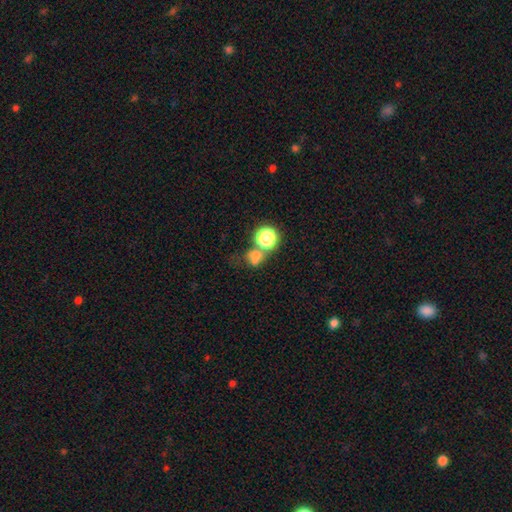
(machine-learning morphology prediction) Overall: smooth (68%). How rounded: round (68%; in between 30%). Merging: none (41%; merger 39%).